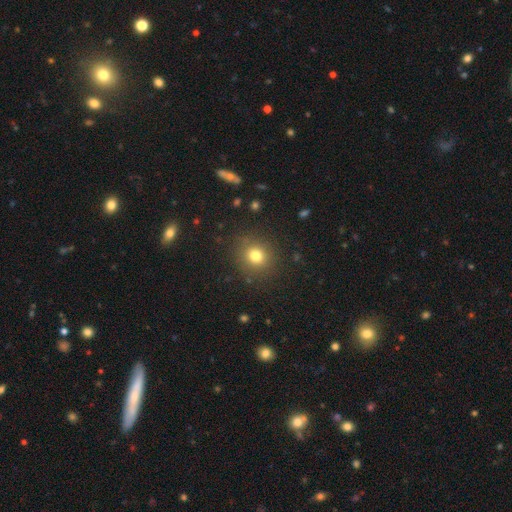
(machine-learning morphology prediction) smooth_or_featured: smooth (p=0.78) [alt: star or artifact p=0.15]
how_rounded: round (p=0.85) [alt: in between p=0.14]
merging: none (p=0.87) [alt: minor disturbance p=0.08]